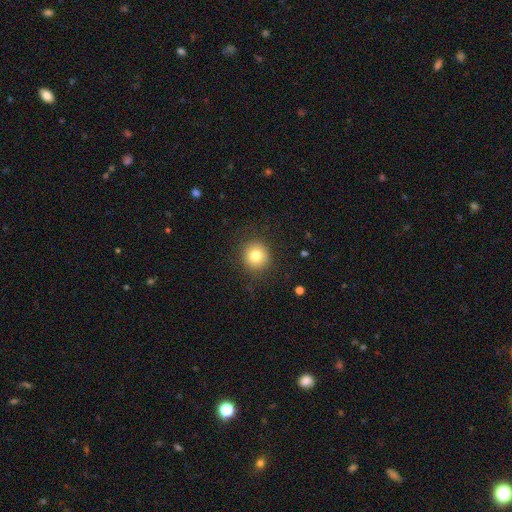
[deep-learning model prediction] smooth-or-featured: smooth: 79% | star or artifact: 11% | featured or disk: 10%
  how-rounded: round: 92% | in between: 7% | cigar-shaped: 1%
  merging: none: 89% | minor disturbance: 7% | major disturbance: 3% | merger: 1%